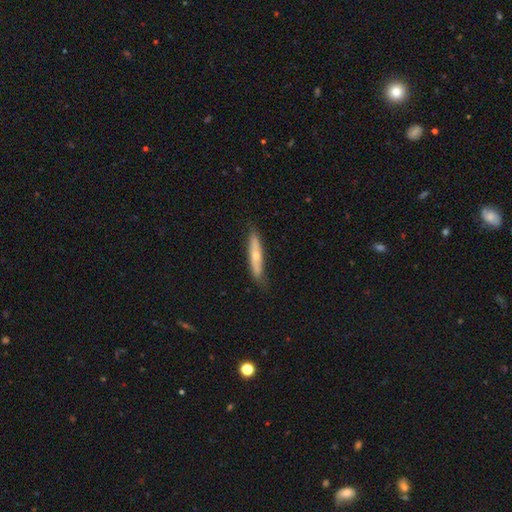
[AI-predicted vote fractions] Morphology: type=smooth (52%); roundness=cigar-shaped (86%); merging=none (79%).